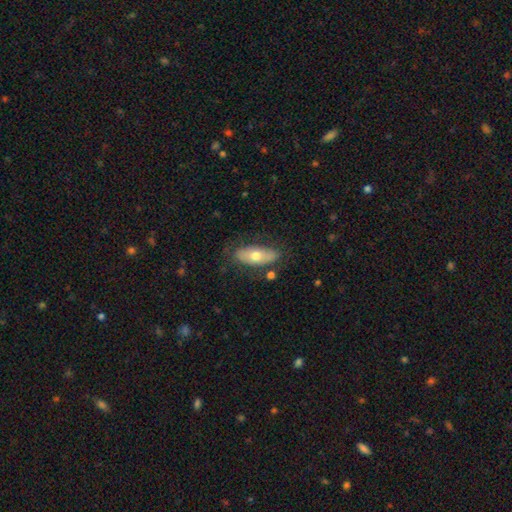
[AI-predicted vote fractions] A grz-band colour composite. It shows a smooth galaxy with no disk features (58%) that is in between round and cigar-shaped (81%). Merging: none (75%).